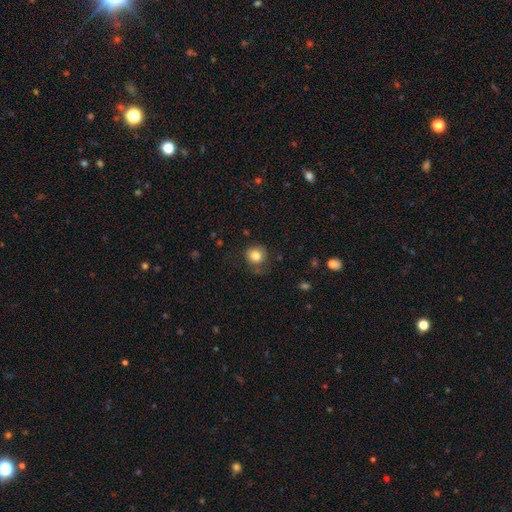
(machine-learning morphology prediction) This is clearly a smooth galaxy (80%). How rounded: clearly round (85%). Merging: likely none (63%).